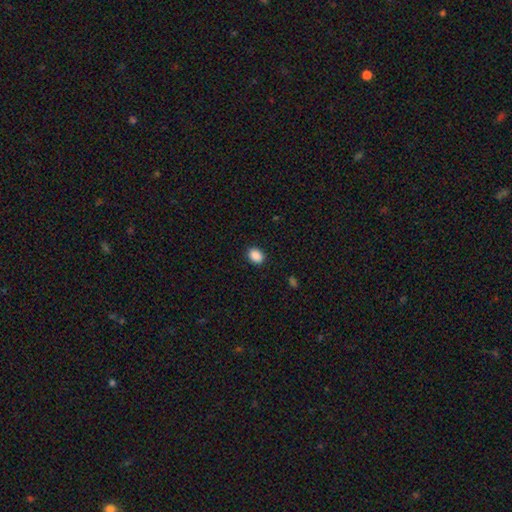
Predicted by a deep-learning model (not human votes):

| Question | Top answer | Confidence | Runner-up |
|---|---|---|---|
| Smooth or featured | smooth | 89% | star or artifact (8%) |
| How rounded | in between | 67% | round (32%) |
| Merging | none | 90% | minor disturbance (7%) |